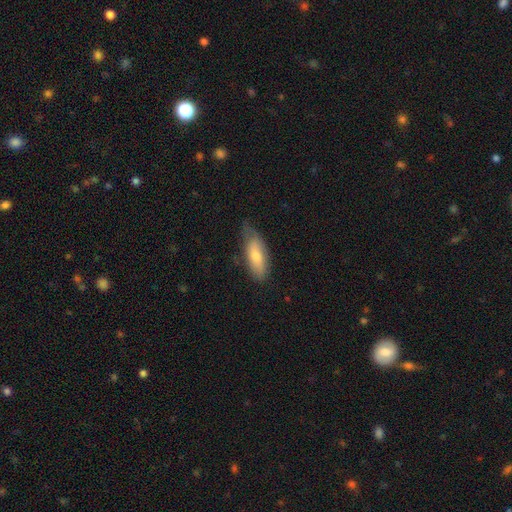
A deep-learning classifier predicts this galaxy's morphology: This appears to be a smooth galaxy with no disk features (68%) that is in between round and cigar-shaped (70%). Merging: none (59%).